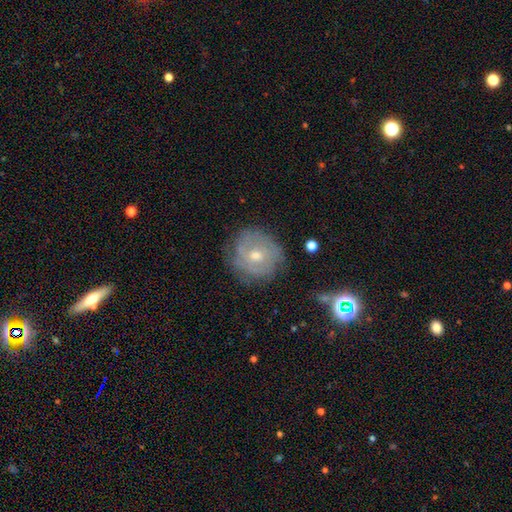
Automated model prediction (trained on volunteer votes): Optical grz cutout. It shows a featured or disk galaxy (58%) with no bar (72%), spiral arms (62%) and a moderate central bulge (64%). Merging: none (70%).